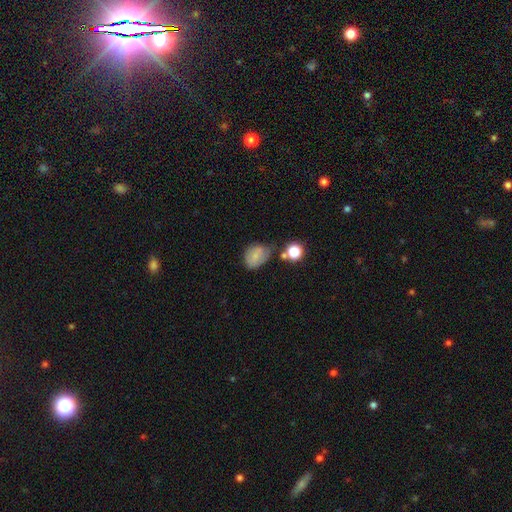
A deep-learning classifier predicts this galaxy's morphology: The model was most divided on "merging": none: 48%, minor disturbance: 28%, merger: 13%, major disturbance: 11%. More confident: smooth or featured — smooth (69%); how rounded — in between (64%).